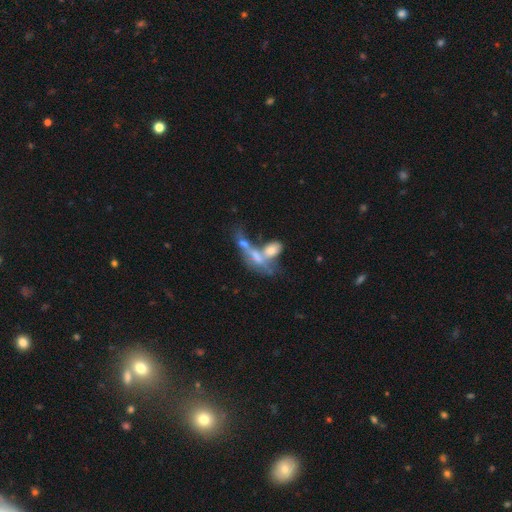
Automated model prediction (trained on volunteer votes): The model was most divided on "smooth or featured": smooth: 45%, featured or disk: 43%, star or artifact: 12%. More confident: merging — merger (63%).